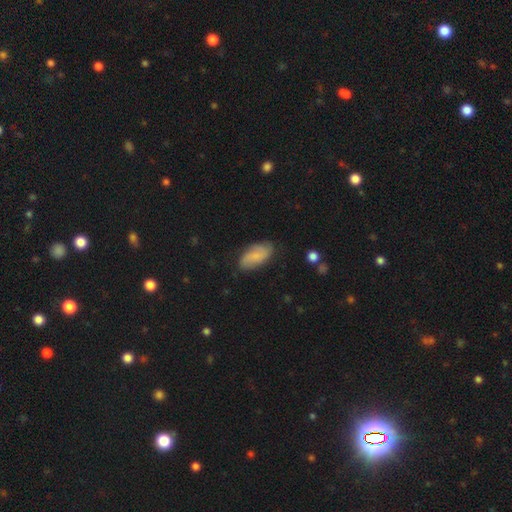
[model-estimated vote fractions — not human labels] Smooth or featured? Predicted: smooth (p=0.61). How rounded? Predicted: in between (p=0.90). Merging? Predicted: none (p=0.77).